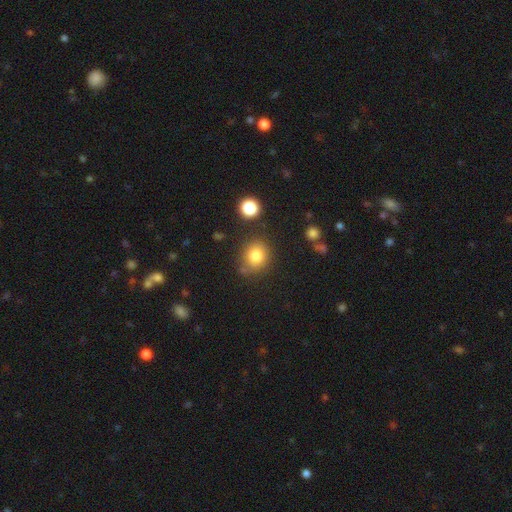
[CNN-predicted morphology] Smooth or featured? smooth (81%)
How rounded? round (77%)
Merging? none (77%)